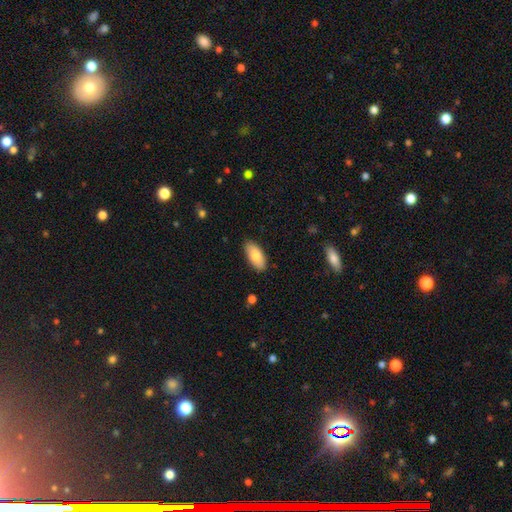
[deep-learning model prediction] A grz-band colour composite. It shows a smooth galaxy with no disk features (83%) that is in between round and cigar-shaped (91%). Merging: none (86%).